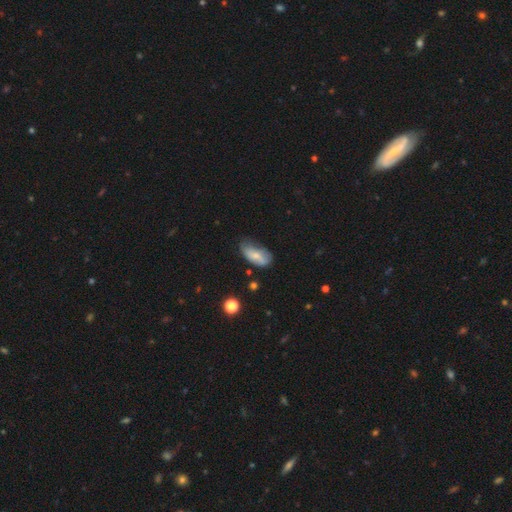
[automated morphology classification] smooth-or-featured: smooth: 63% | featured or disk: 29% | star or artifact: 8%
  how-rounded: in between: 89% | cigar-shaped: 7% | round: 3%
  merging: none: 42% | minor disturbance: 40% | major disturbance: 14% | merger: 3%